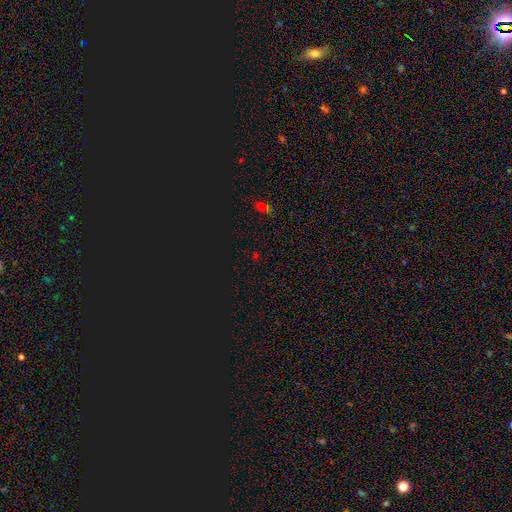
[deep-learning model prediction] star or artifact 70%, smooth 23%, featured or disk 7%.